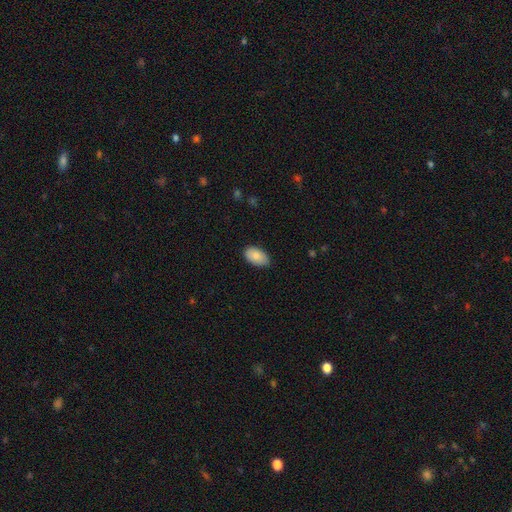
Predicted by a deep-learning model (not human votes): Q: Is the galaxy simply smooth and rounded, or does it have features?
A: smooth — 84%.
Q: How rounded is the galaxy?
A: in between — 94%.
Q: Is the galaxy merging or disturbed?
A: none — 82%.